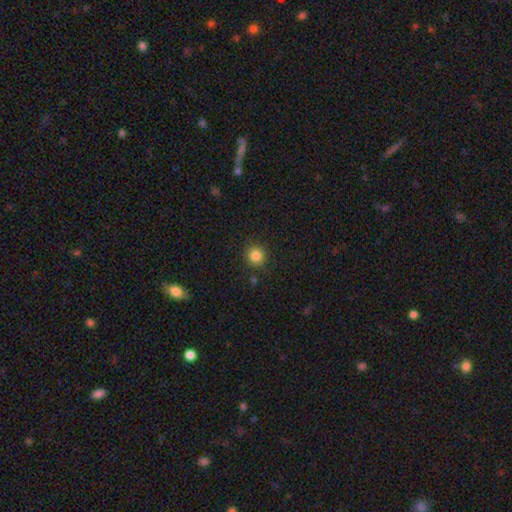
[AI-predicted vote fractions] Q: Smooth or featured?
A: smooth (84%); runner-up: star or artifact (12%)
Q: How rounded?
A: round (92%); runner-up: in between (7%)
Q: Merging?
A: none (88%); runner-up: minor disturbance (8%)